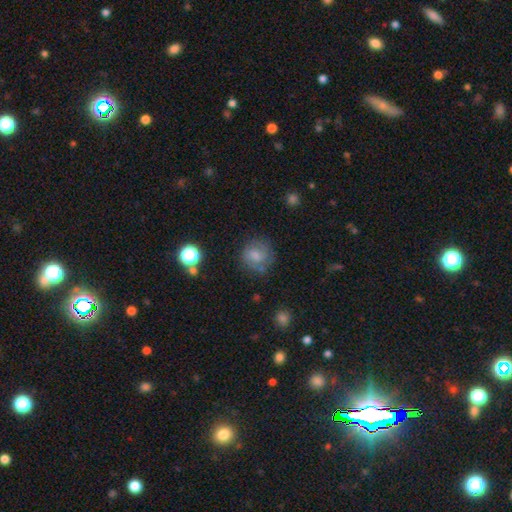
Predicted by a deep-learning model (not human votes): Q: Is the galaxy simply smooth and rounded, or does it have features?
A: smooth — 60%.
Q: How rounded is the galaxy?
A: round — 82%.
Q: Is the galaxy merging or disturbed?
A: none — 68%.